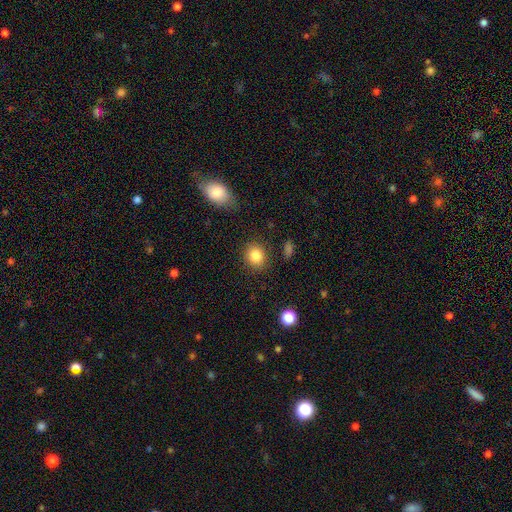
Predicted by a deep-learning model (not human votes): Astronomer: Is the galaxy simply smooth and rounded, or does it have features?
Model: smooth — 85%.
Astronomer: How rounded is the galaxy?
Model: round — 68%.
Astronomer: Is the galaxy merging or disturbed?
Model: none — 86%.